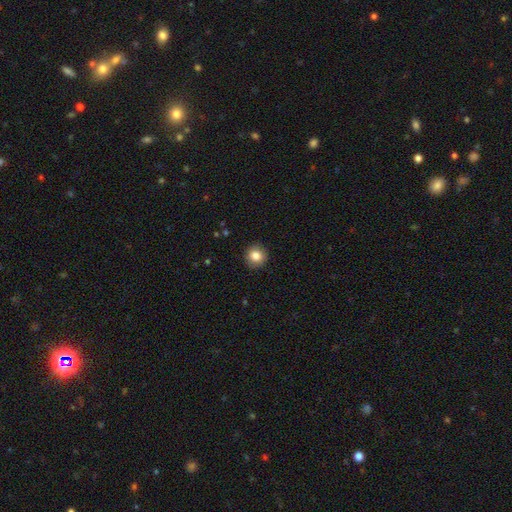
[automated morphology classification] type=smooth (84%); roundness=round (92%); merging=none (91%).